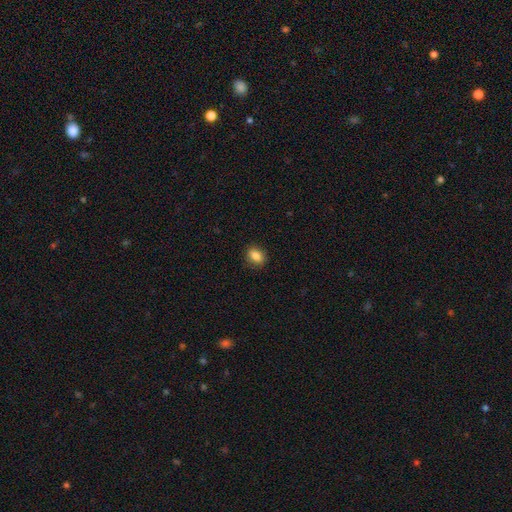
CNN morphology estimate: Q: Smooth or featured?
A: smooth (86%); runner-up: star or artifact (9%)
Q: How rounded?
A: in between (66%); runner-up: round (32%)
Q: Merging?
A: none (87%); runner-up: minor disturbance (10%)